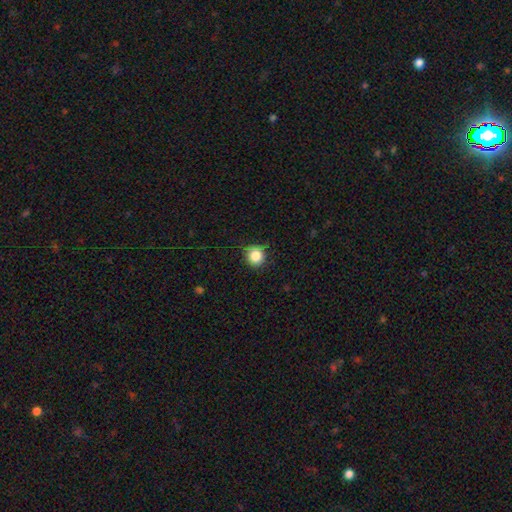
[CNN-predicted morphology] This appears to be a smooth galaxy with no disk features (85%) that is round (90%). Merging: none (79%).